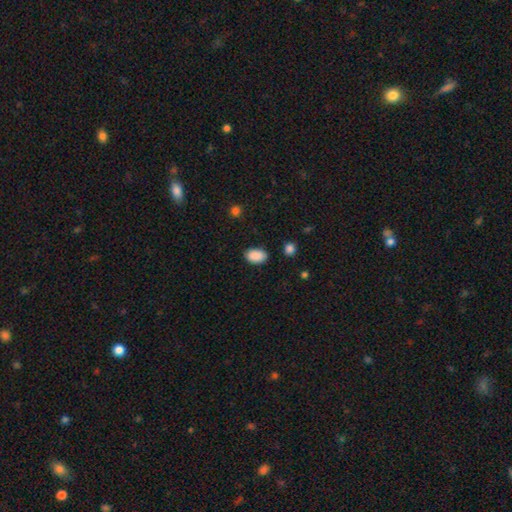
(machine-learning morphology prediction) A smooth galaxy with no disk features (90%) that is in between round and cigar-shaped (90%). Merging: none (85%).